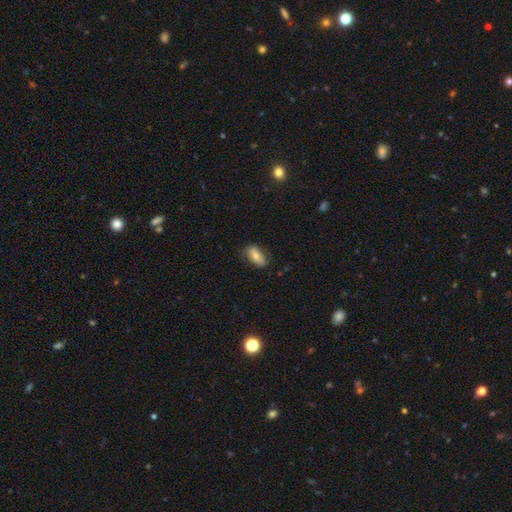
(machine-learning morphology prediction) Smooth or featured? smooth (75%)
How rounded? in between (88%)
Merging? none (76%)